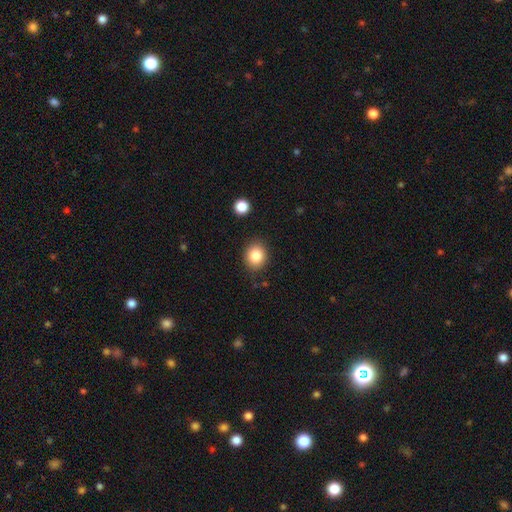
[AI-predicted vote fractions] smooth-or-featured: smooth: 84% | star or artifact: 10% | featured or disk: 6%
  how-rounded: round: 70% | in between: 29% | cigar-shaped: 1%
  merging: none: 86% | minor disturbance: 9% | major disturbance: 2% | merger: 2%